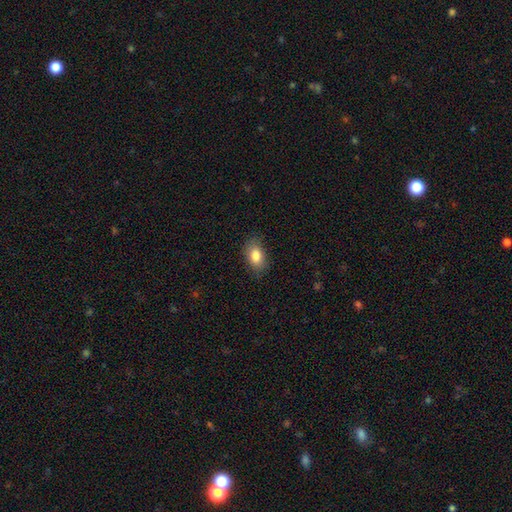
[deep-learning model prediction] This appears to be a smooth galaxy with no disk features (84%) that is in between round and cigar-shaped (88%). Merging: none (79%).